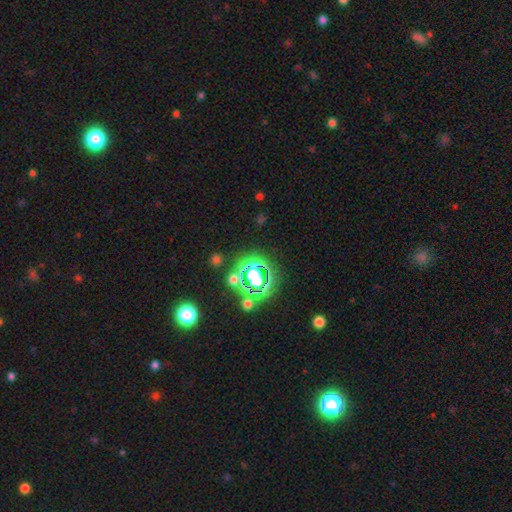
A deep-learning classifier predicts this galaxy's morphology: smooth_or_featured: star or artifact (p=0.80) [alt: smooth p=0.13]